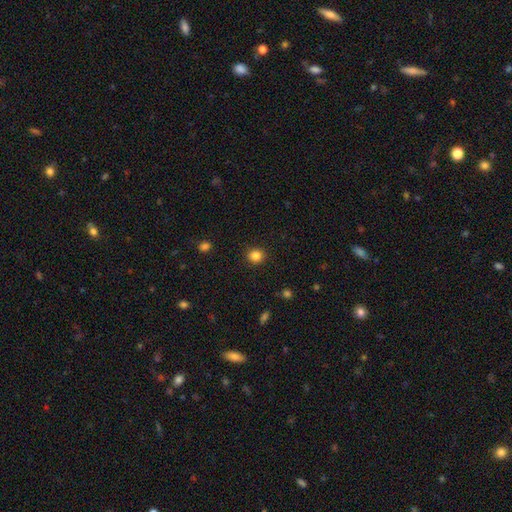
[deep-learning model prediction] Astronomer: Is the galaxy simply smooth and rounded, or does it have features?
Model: smooth — 84%.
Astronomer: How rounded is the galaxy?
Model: round — 86%.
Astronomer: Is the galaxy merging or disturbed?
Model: none — 90%.